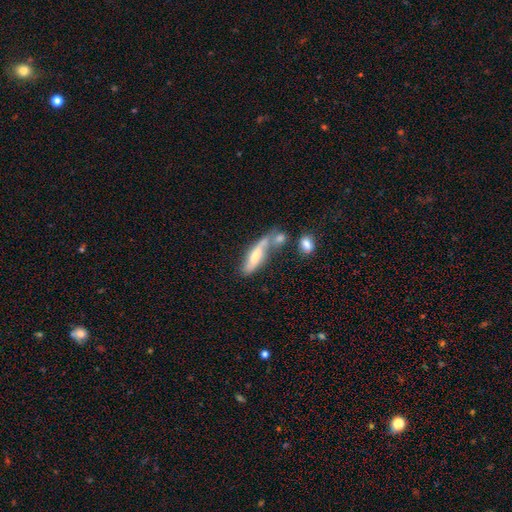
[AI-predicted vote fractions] The model was most divided on "smooth or featured": smooth: 51%, featured or disk: 42%, star or artifact: 7%. Remaining: how rounded — cigar-shaped (59%); merging — merger (41%).